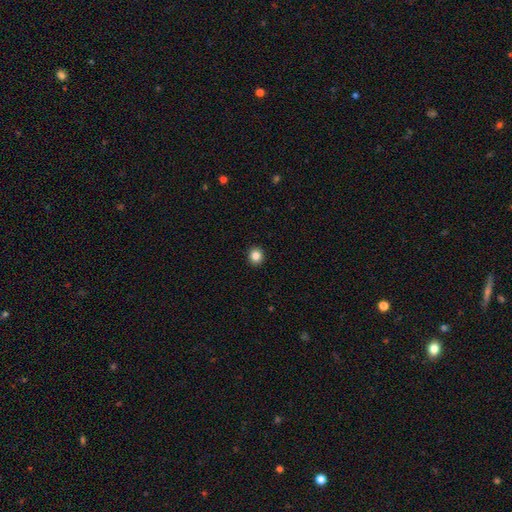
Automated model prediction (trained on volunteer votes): smooth-or-featured: smooth: 85% | star or artifact: 10% | featured or disk: 5%
  how-rounded: round: 88% | in between: 11% | cigar-shaped: 1%
  merging: none: 93% | minor disturbance: 4% | major disturbance: 1% | merger: 1%